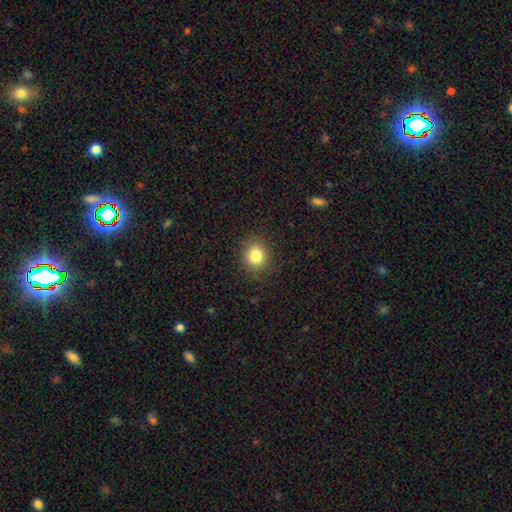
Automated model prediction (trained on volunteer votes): The model was most divided on "how rounded": round: 73%, in between: 26%, cigar-shaped: 1%. More confident: merging — none (87%); smooth or featured — smooth (83%).